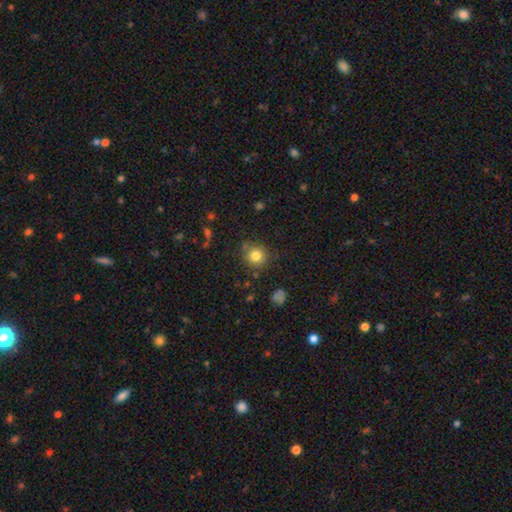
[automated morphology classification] Smooth or featured? smooth (81%)
How rounded? round (91%)
Merging? none (80%)